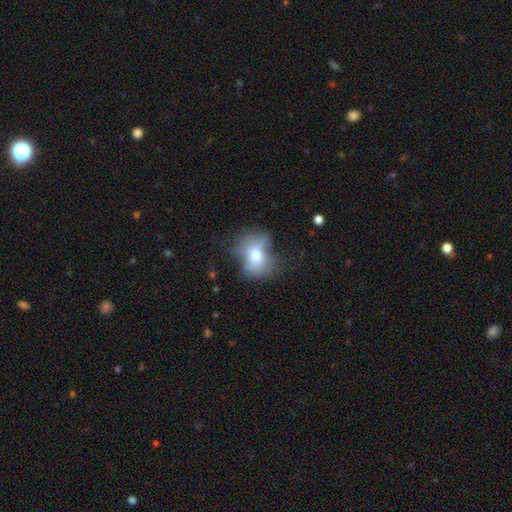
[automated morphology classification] Smooth or featured? Predicted: smooth (p=0.59). How rounded? Predicted: in between (p=0.53). Merging? Predicted: none (p=0.45).